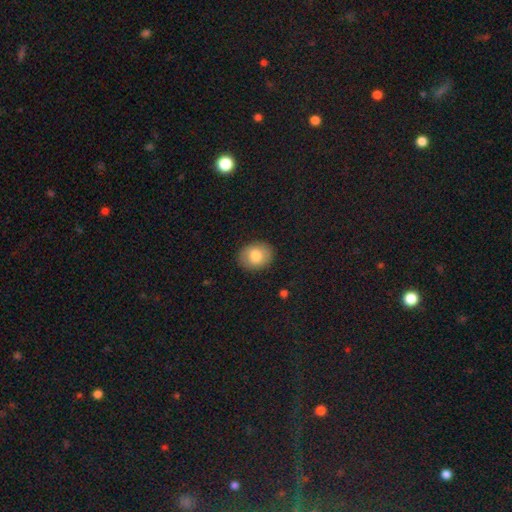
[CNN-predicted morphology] This appears to be a smooth galaxy with no disk features (78%) that is round (55%). Merging: none (88%).